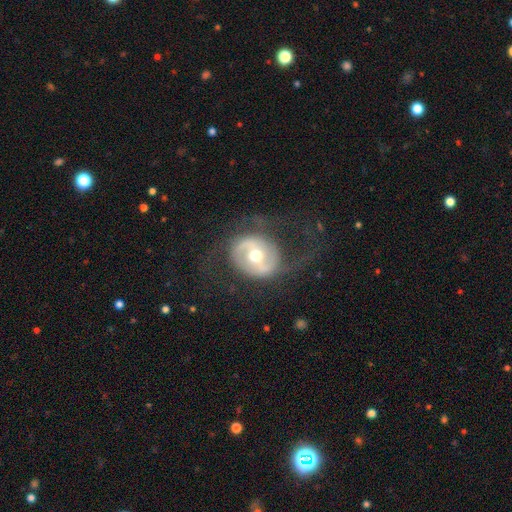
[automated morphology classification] featured or disk 71%, smooth 23%, star or artifact 6%. Down the decision tree: edge-on disk — no (96%); bar — weak (35%); spiral arms — yes (59%); bulge size — moderate (75%); merging — none (60%).